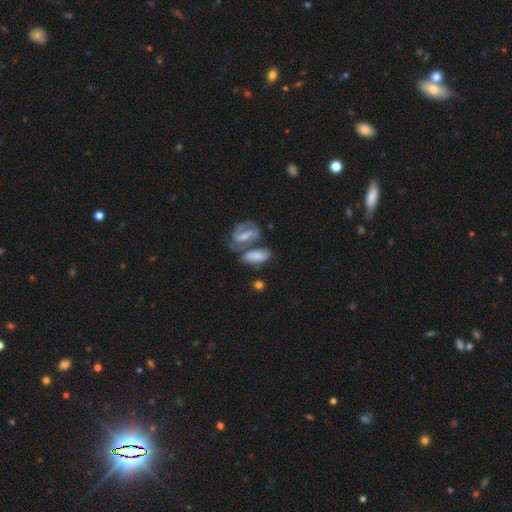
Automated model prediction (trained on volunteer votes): This is possibly a featured or disk galaxy (48%). Merging: marginally none (40%).